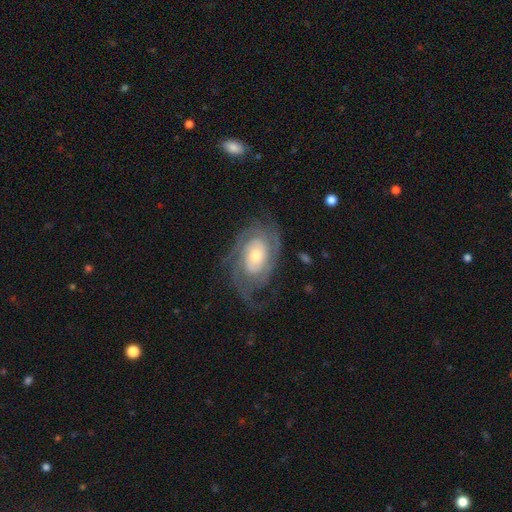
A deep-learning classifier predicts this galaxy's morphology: Smooth or featured: featured or disk — 86% (smooth — 9%)
Edge-on disk: no — 97% (yes — 3%)
Bar: no — 70% (weak — 23%)
Spiral arms: yes — 95% (no — 5%)
Spiral winding: tight — 60% (medium — 31%)
Spiral arm count: 2 — 44% (can't tell — 24%)
Bulge size: moderate — 48% (small — 38%)
Merging: none — 68% (minor disturbance — 18%)